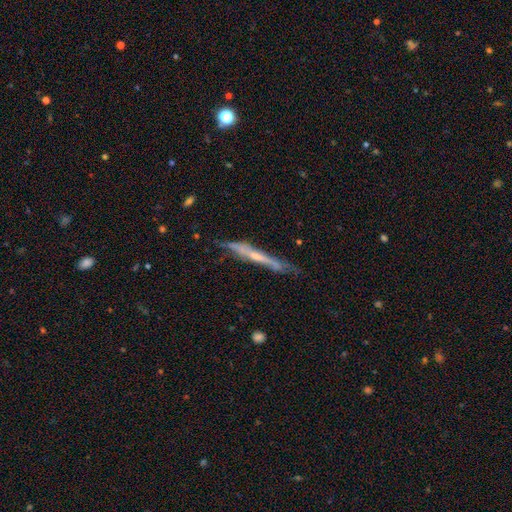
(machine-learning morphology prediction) Smooth or featured: featured or disk — 66% (smooth — 27%)
Edge-on disk: yes — 88% (no — 12%)
Edge-on bulge: rounded — 47% (none — 44%)
Merging: none — 58% (minor disturbance — 28%)